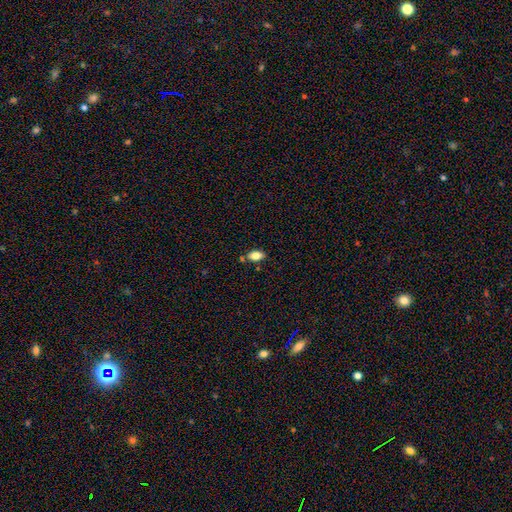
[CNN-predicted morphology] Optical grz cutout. It shows a smooth galaxy with no disk features (80%) that is in between round and cigar-shaped (90%). Merging: none (77%).